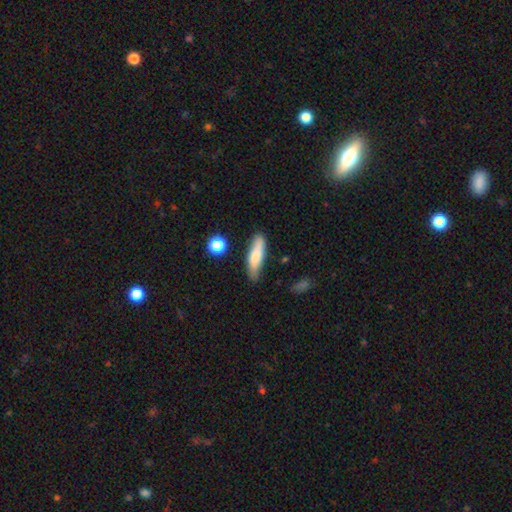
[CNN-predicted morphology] type=smooth (72%); roundness=cigar-shaped (62%); merging=none (75%).